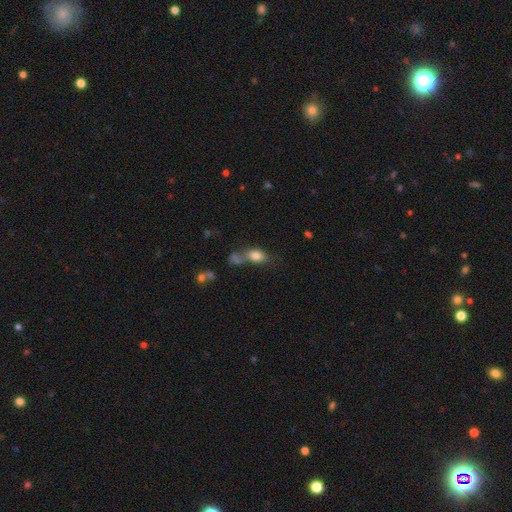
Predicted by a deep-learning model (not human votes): Morphology: type=smooth (77%); roundness=in between (74%); merging=merger (36%).